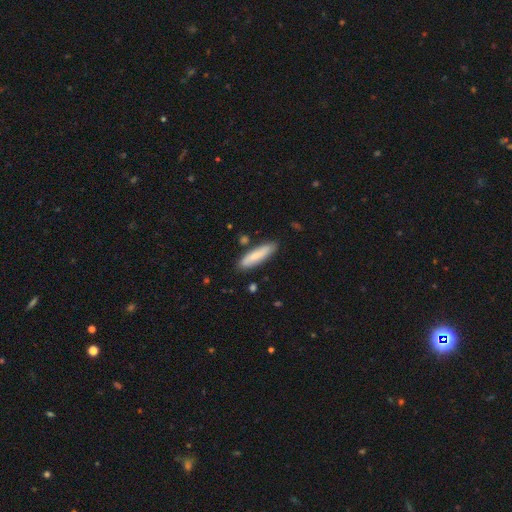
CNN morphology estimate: Overall: smooth (77%). How rounded: cigar-shaped (75%). Merging: none (84%).